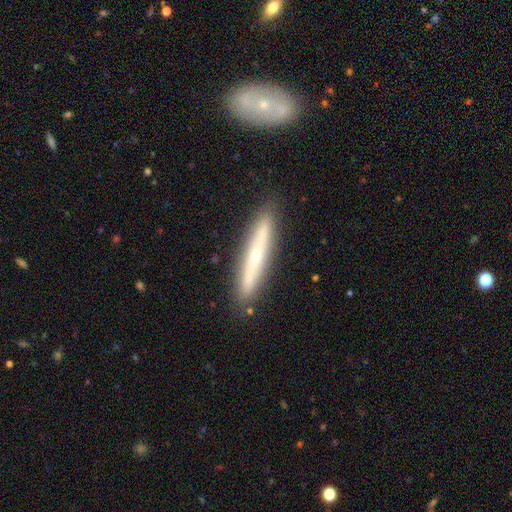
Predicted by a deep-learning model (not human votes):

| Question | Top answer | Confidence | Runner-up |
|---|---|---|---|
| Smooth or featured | featured or disk | 53% | smooth (40%) |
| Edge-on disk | yes | 88% | no (12%) |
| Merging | none | 88% | minor disturbance (8%) |